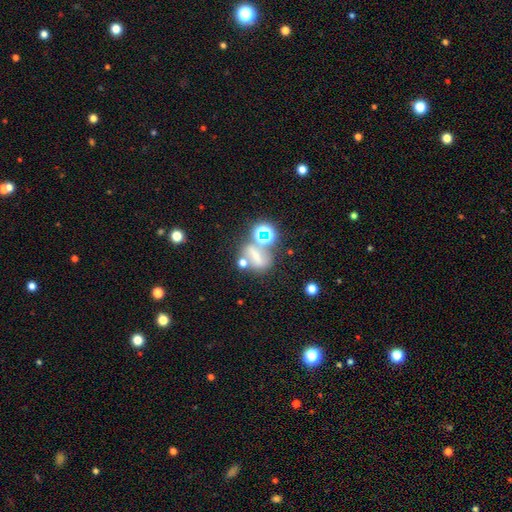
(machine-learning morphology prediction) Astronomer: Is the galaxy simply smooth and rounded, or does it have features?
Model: smooth — 43% (runner-up: star or artifact, 33%).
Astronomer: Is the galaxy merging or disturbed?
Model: none — 46% (runner-up: merger, 27%).